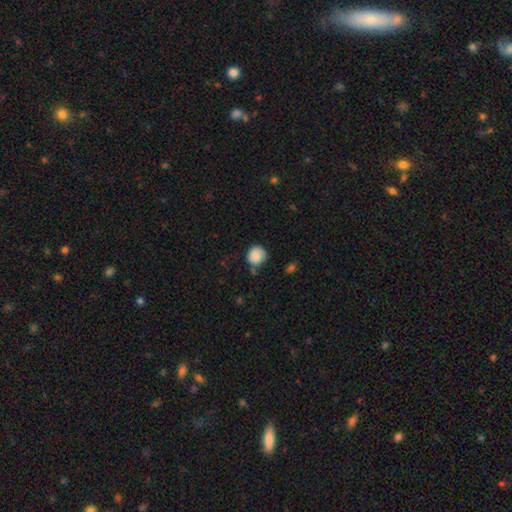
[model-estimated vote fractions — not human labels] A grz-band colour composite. It shows a smooth galaxy with no disk features (83%) that is round (85%). Merging: none (64%).